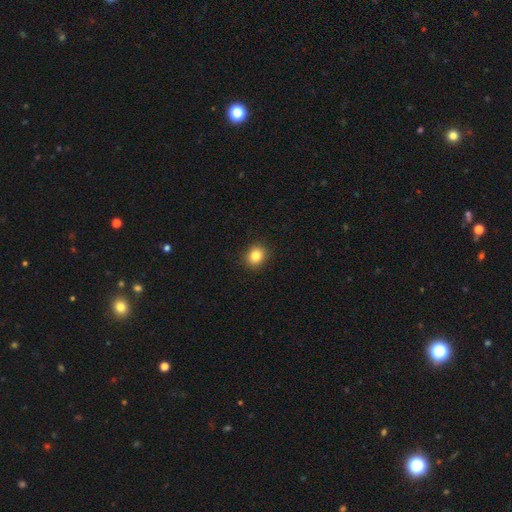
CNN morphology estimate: A smooth galaxy with no disk features (85%) that is round (69%).

Vote fractions:
- Smooth or featured? smooth: 85% / star or artifact: 10% / featured or disk: 5%
- How rounded? round: 69% / in between: 30% / cigar-shaped: 1%
- Merging? none: 91% / minor disturbance: 6% / major disturbance: 2% / merger: 1%